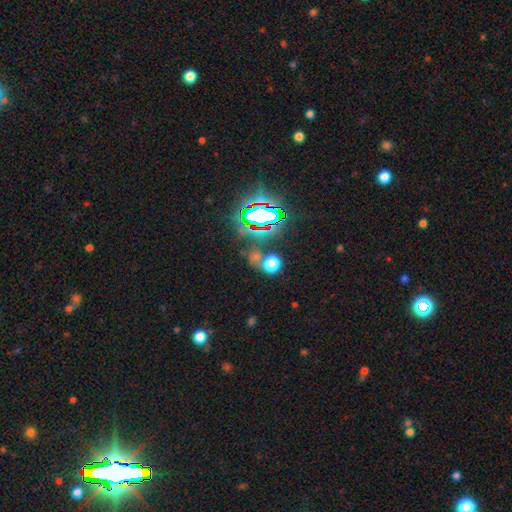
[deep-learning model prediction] This is likely a star or artifact rather than a galaxy (68%).